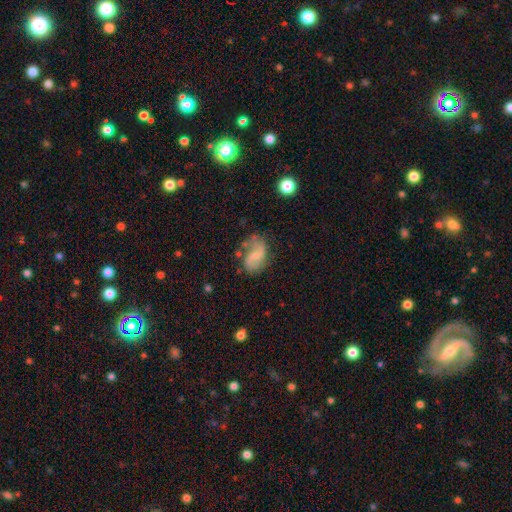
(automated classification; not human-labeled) smooth-or-featured: featured or disk: 65% | smooth: 28% | star or artifact: 8%
  disk-edge-on: no: 97% | yes: 3%
    bar: weak: 46% | no: 40% | strong: 14%
    has-spiral-arms: yes: 89% | no: 11%
      spiral-winding: loose: 55% | medium: 35% | tight: 10%
      spiral-arm-count: 2: 86% | can't tell: 6% | 1: 5% | 3: 1% | 4: 1% | more than 4: 1%
    bulge-size: small: 54% | moderate: 28% | none: 15% | large: 2% | dominant: 1%
  merging: none: 55% | minor disturbance: 26% | major disturbance: 13% | merger: 6%